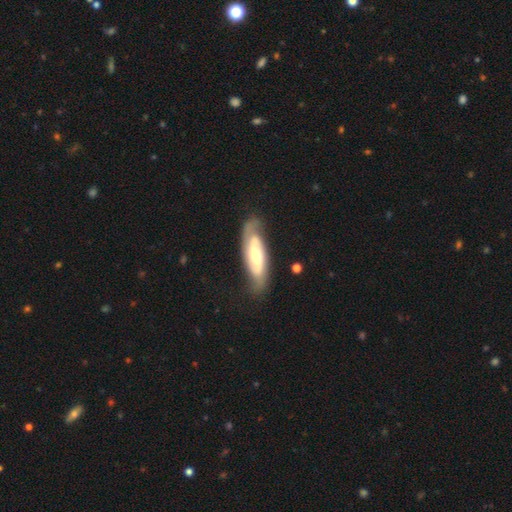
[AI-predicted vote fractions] A featured or disk galaxy (75%) with no bar (42%), 2 (81%) medium (43%) spiral arms (92%) and a moderate central bulge (57%). Merging: none (71%).